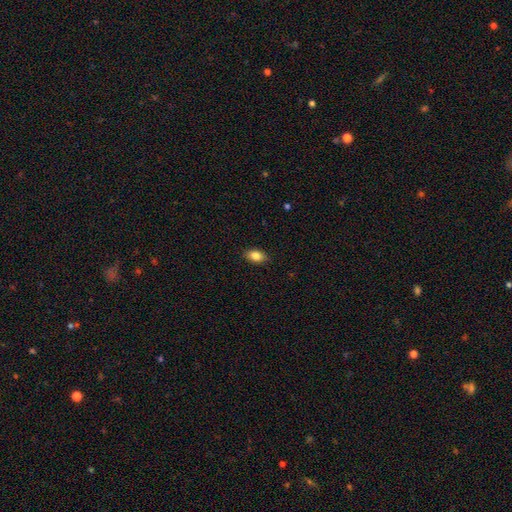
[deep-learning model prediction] Smooth or featured? smooth (84%)
How rounded? in between (87%)
Merging? none (89%)